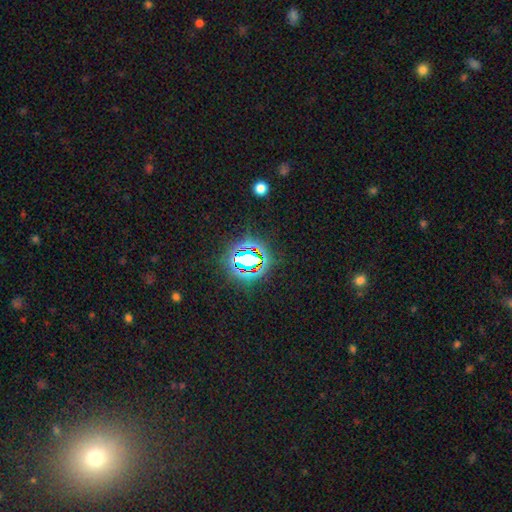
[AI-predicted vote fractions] smooth-or-featured: star or artifact: 80% | smooth: 13% | featured or disk: 7%